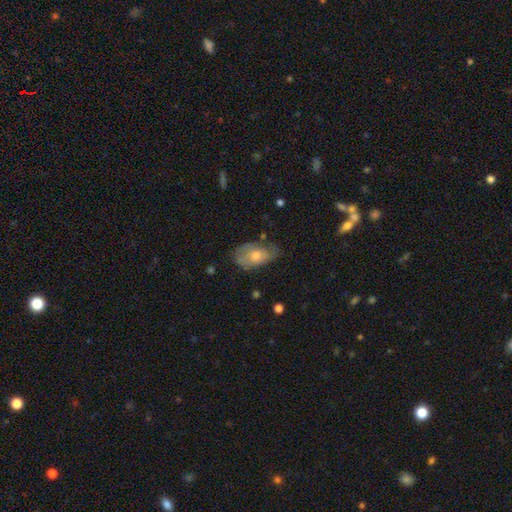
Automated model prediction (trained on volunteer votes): smooth 48%, featured or disk 45%, star or artifact 8%. Down the decision tree: merging — none (55%).